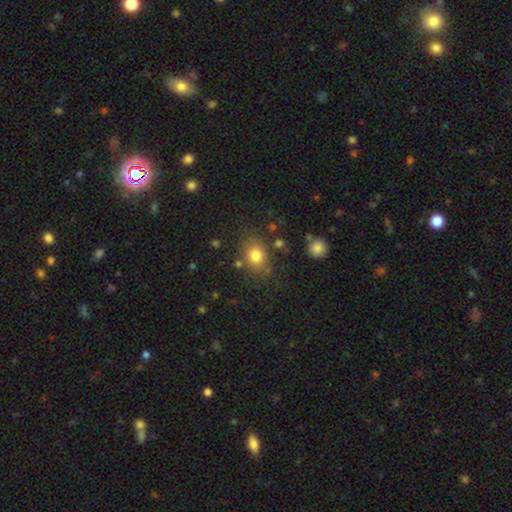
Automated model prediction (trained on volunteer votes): The model was most divided on "how rounded": in between: 51%, round: 47%, cigar-shaped: 1%. More confident: smooth or featured — smooth (79%); merging — none (74%).